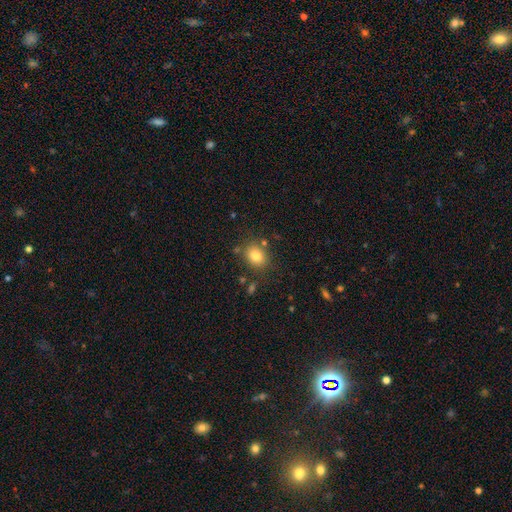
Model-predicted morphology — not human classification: A smooth galaxy with no disk features (81%) that is round (53%).

Vote fractions:
- Smooth or featured? smooth: 81% / star or artifact: 11% / featured or disk: 9%
- How rounded? round: 53% / in between: 46% / cigar-shaped: 1%
- Merging? none: 79% / minor disturbance: 12% / merger: 5% / major disturbance: 4%